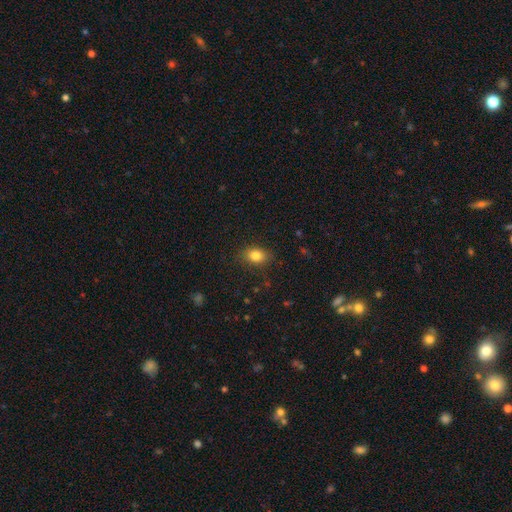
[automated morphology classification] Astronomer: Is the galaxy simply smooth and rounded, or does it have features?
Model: smooth — 82%.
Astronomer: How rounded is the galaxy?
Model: in between — 68%.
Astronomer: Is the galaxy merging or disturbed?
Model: none — 82%.